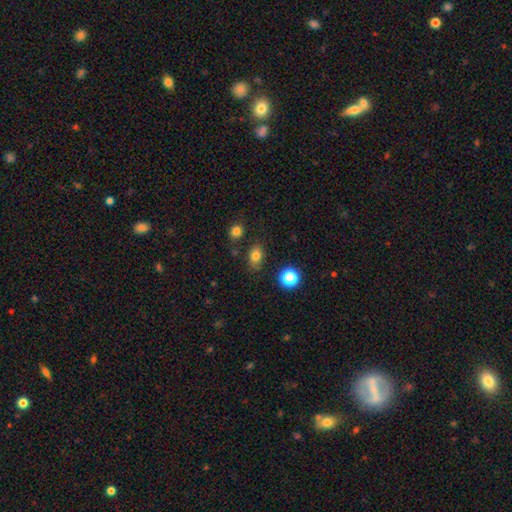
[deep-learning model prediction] This is clearly a smooth galaxy (80%). How rounded: likely in between (73%). Merging: likely none (78%).